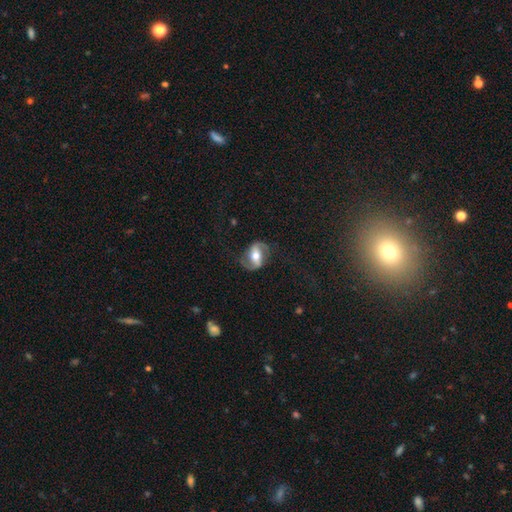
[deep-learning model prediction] This appears to be a featured or disk galaxy (81%) with a strong bar (48%), 2 (93%) loose (44%) spiral arms (93%) and a moderate central bulge (71%). Merging: none (76%).